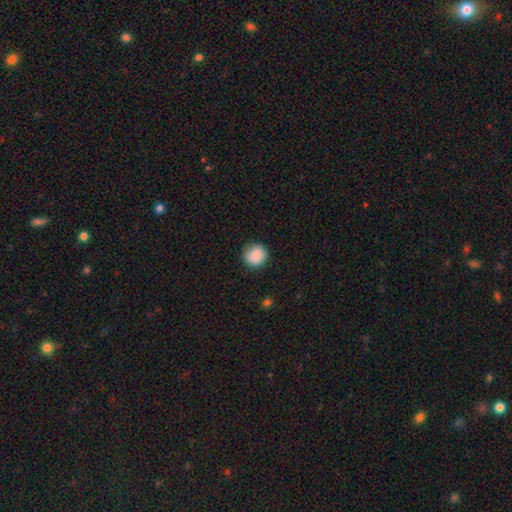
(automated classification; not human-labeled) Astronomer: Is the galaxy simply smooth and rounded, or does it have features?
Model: smooth — 88%.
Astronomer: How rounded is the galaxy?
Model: round — 92%.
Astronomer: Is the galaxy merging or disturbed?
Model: none — 87%.